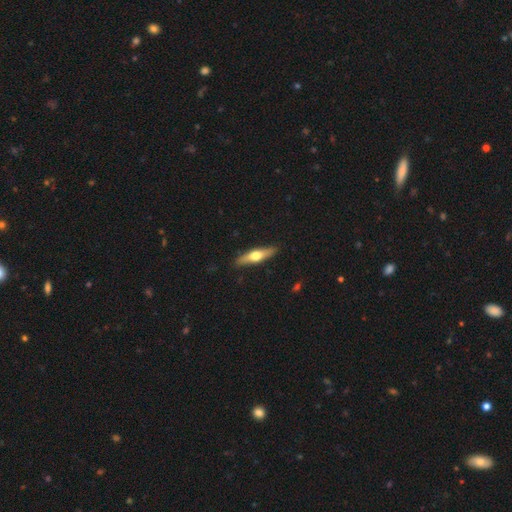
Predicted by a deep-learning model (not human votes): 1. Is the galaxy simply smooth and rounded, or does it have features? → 53% featured or disk, 42% smooth, 5% star or artifact.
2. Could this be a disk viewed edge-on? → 93% yes, 7% no.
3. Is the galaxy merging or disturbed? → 88% none, 9% minor disturbance, 2% major disturbance, 1% merger.